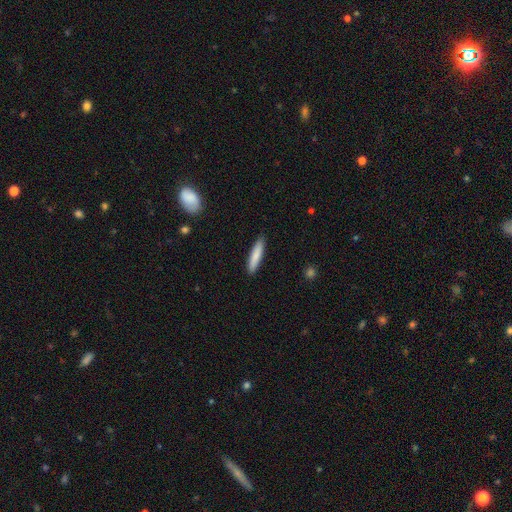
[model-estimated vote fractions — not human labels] This appears to be a smooth galaxy with no disk features (82%) that is cigar-shaped (86%). Merging: none (89%).